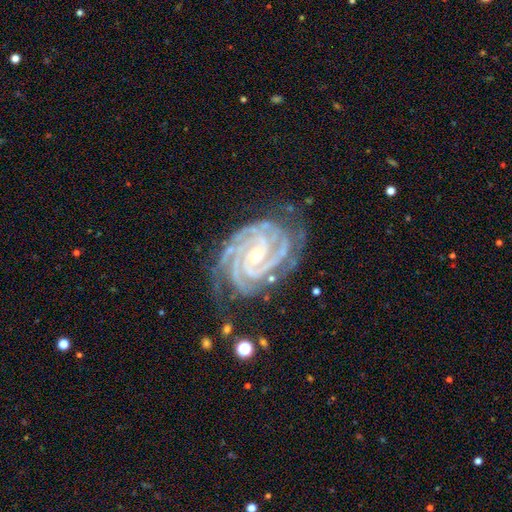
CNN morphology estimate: Smooth or featured? Predicted: featured or disk (p=0.94). Edge-on disk? Predicted: no (p=0.98). Bar? Predicted: no (p=0.51). Spiral arms? Predicted: yes (p=0.99). Spiral winding? Predicted: tight (p=0.79). Spiral arm count? Predicted: 3 (p=0.34). Bulge size? Predicted: small (p=0.65). Merging? Predicted: none (p=0.71).